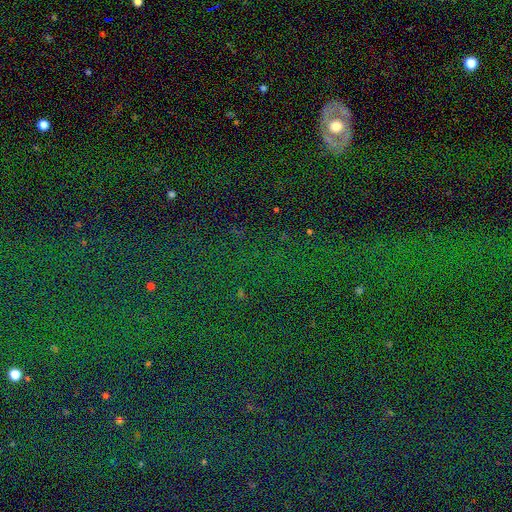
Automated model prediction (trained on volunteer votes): Smooth or featured: star or artifact — 79% (smooth — 12%)